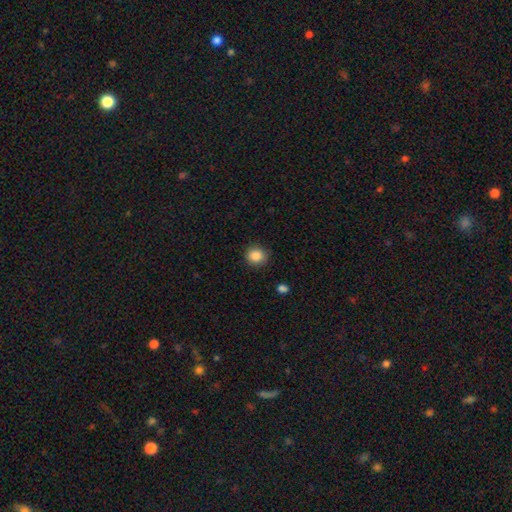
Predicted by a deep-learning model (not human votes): smooth 87%, star or artifact 9%, featured or disk 4%. Down the decision tree: how rounded — round (84%); merging — none (88%).